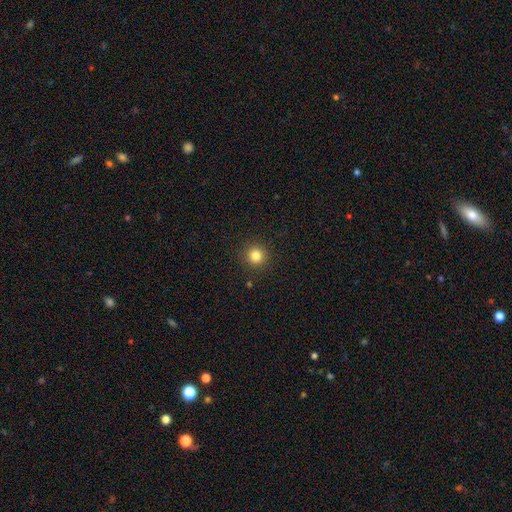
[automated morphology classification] This is clearly a smooth galaxy (82%). How rounded: clearly round (94%). Merging: clearly none (91%).